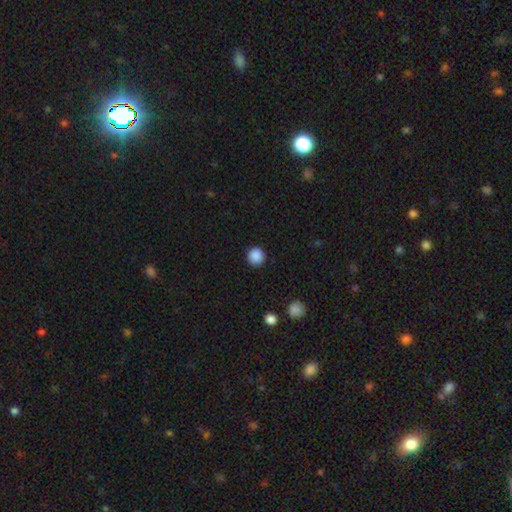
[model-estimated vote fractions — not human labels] smooth-or-featured: smooth: 88% | star or artifact: 9% | featured or disk: 2%
  how-rounded: round: 95% | in between: 4% | cigar-shaped: 1%
  merging: none: 92% | minor disturbance: 5% | major disturbance: 2% | merger: 1%